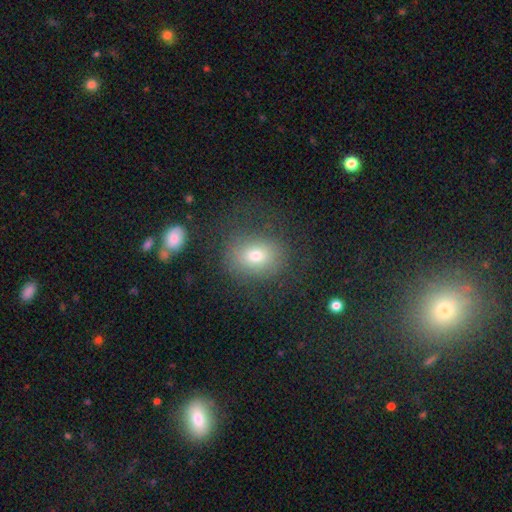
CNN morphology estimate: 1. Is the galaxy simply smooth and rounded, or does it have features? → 68% smooth, 17% featured or disk, 15% star or artifact.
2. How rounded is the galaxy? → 56% round, 43% in between, 1% cigar-shaped.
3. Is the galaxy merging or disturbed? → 65% none, 17% minor disturbance, 15% major disturbance, 3% merger.